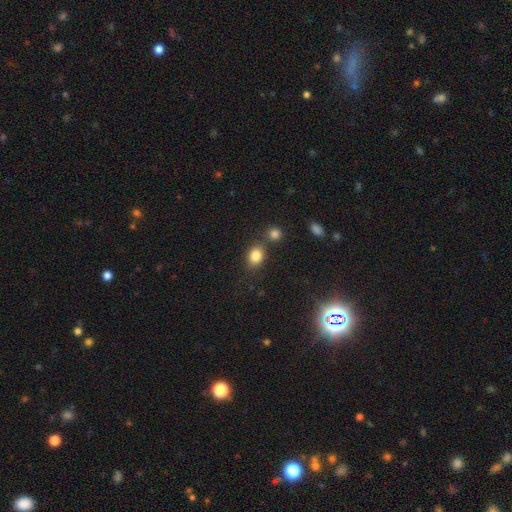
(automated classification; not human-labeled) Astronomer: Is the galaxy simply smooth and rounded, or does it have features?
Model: smooth — 83%.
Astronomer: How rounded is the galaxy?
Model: in between — 57% (runner-up: round, 41%).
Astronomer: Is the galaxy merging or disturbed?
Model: none — 63%.